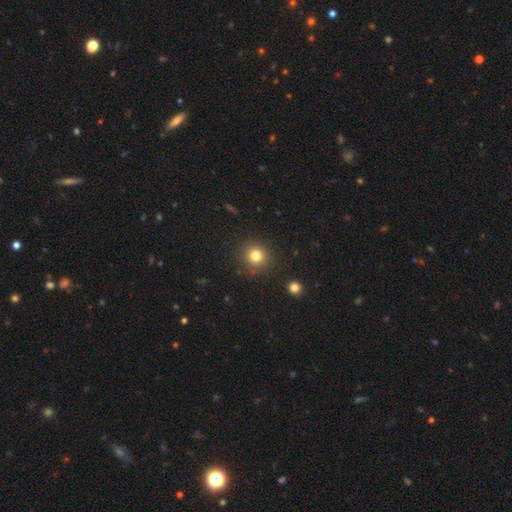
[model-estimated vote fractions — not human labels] Q: Smooth or featured?
A: smooth (80%); runner-up: star or artifact (13%)
Q: How rounded?
A: round (93%); runner-up: in between (6%)
Q: Merging?
A: none (88%); runner-up: minor disturbance (7%)